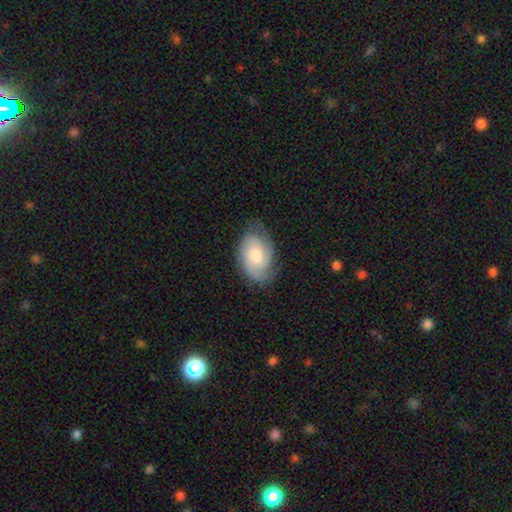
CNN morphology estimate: Q: Smooth or featured?
A: featured or disk (66%); runner-up: smooth (28%)
Q: Edge-on disk?
A: no (97%); runner-up: yes (3%)
Q: Bar?
A: no (71%); runner-up: weak (26%)
Q: Spiral arms?
A: yes (93%); runner-up: no (7%)
Q: Spiral winding?
A: tight (49%); runner-up: medium (39%)
Q: Spiral arm count?
A: 2 (40%); runner-up: can't tell (23%)
Q: Bulge size?
A: moderate (52%); runner-up: small (22%)
Q: Merging?
A: none (68%); runner-up: minor disturbance (23%)